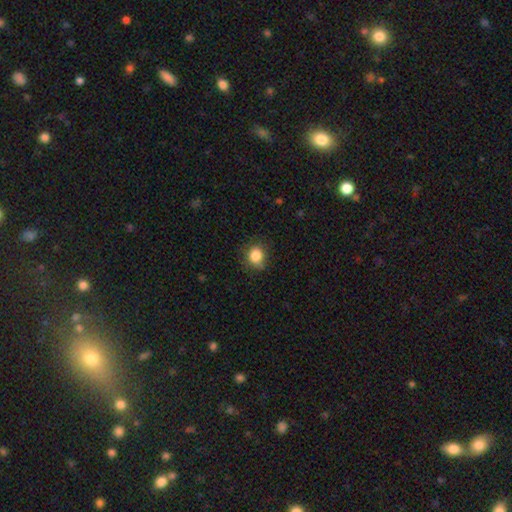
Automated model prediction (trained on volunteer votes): This is clearly a smooth galaxy (85%). How rounded: likely round (80%). Merging: likely none (76%).